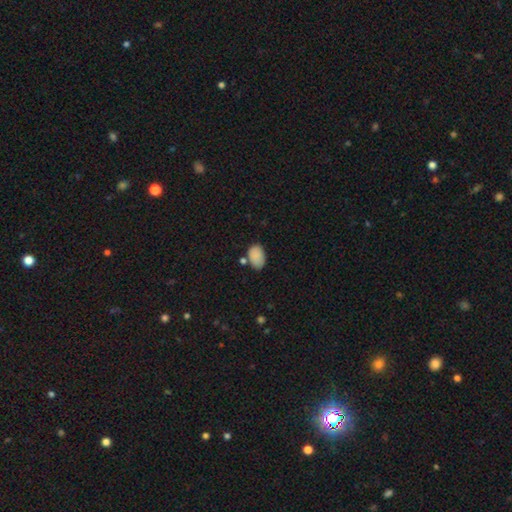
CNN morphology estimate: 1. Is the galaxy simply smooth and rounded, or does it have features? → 86% smooth, 8% star or artifact, 6% featured or disk.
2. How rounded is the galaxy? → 87% in between, 12% round, 1% cigar-shaped.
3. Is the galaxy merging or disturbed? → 64% none, 20% minor disturbance, 11% merger, 5% major disturbance.